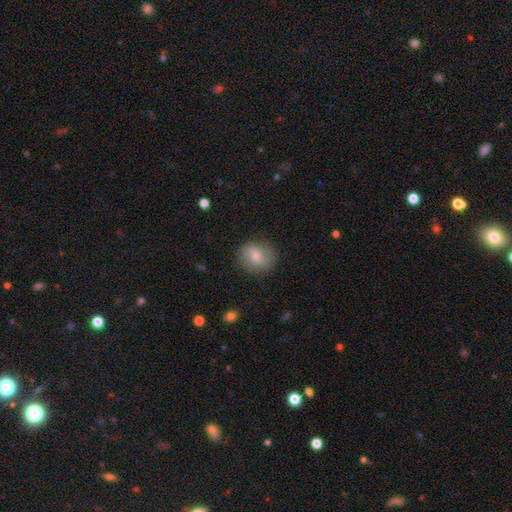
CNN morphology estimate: This is likely a smooth galaxy (62%). How rounded: likely round (74%). Merging: clearly none (85%).